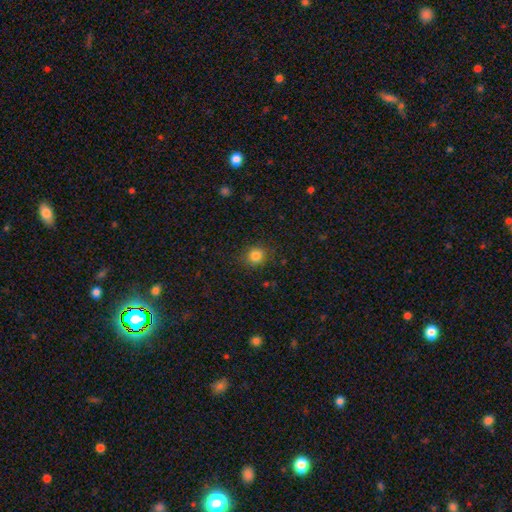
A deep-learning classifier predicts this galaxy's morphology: The model was most divided on "how rounded": round: 84%, in between: 15%, cigar-shaped: 1%. More confident: merging — none (87%); smooth or featured — smooth (83%).